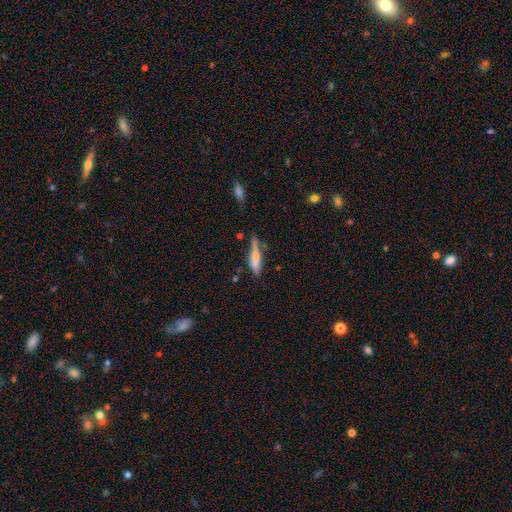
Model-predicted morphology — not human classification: smooth-or-featured: smooth: 46% | featured or disk: 36% | star or artifact: 18%
  merging: none: 68% | minor disturbance: 19% | major disturbance: 7% | merger: 6%